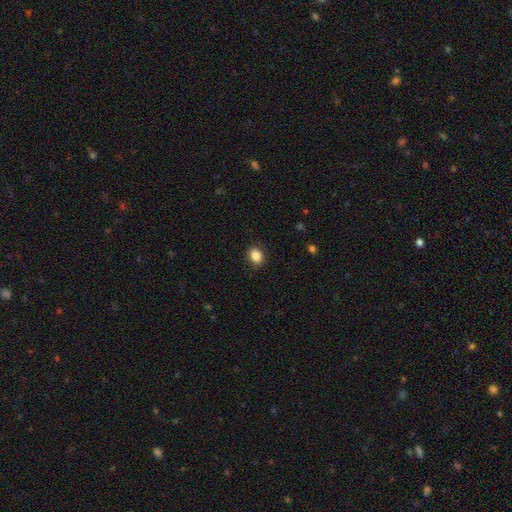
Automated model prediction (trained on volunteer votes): This is clearly a smooth galaxy (87%). How rounded: likely in between (60%). Merging: clearly none (88%).